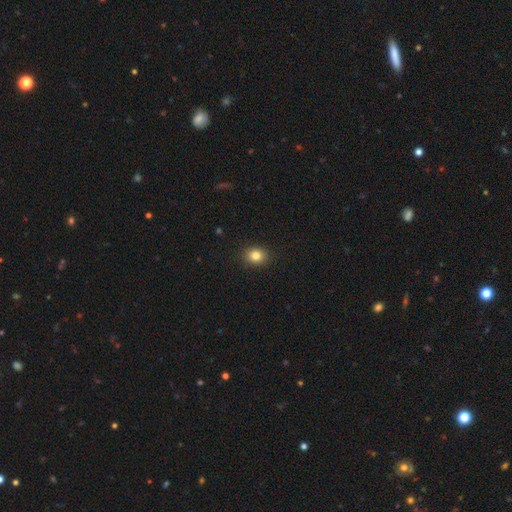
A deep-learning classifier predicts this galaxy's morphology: smooth 83%, star or artifact 11%, featured or disk 6%. Down the decision tree: how rounded — round (63%); merging — none (90%).